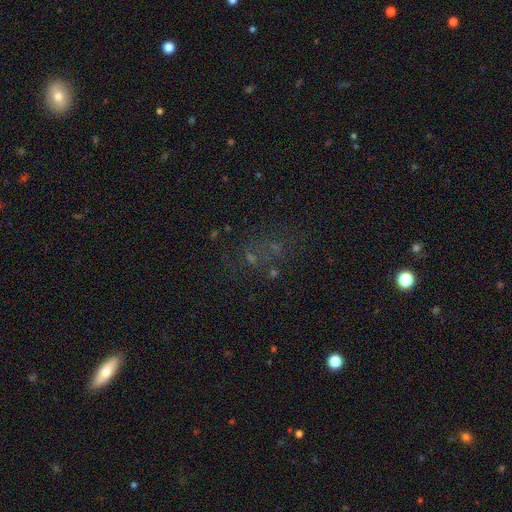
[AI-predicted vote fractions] smooth-or-featured: star or artifact: 47% | smooth: 33% | featured or disk: 21%